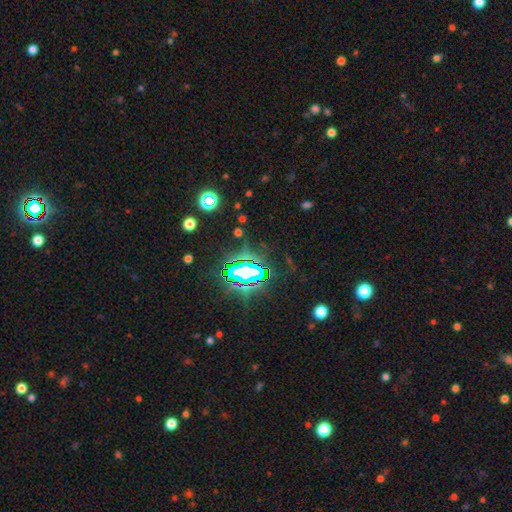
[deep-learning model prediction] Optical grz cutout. It shows a star or artifact, not a galaxy (76%).